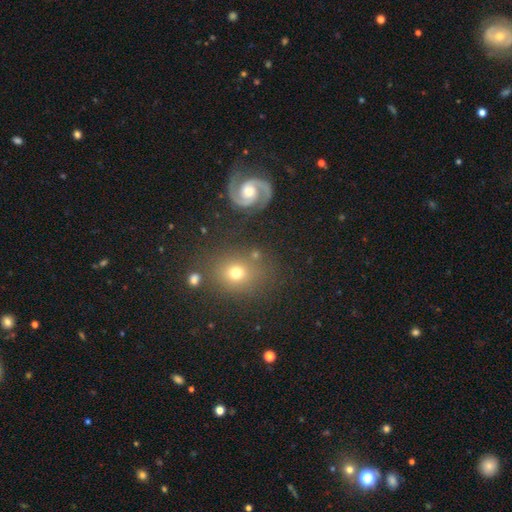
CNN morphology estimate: A smooth galaxy with no disk features (44%). Merging: none (79%).